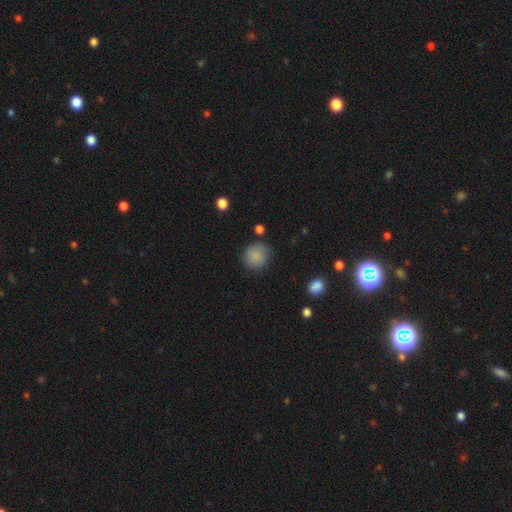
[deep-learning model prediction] Q: Smooth or featured?
A: smooth (86%); runner-up: star or artifact (9%)
Q: How rounded?
A: round (90%); runner-up: in between (9%)
Q: Merging?
A: none (80%); runner-up: minor disturbance (14%)